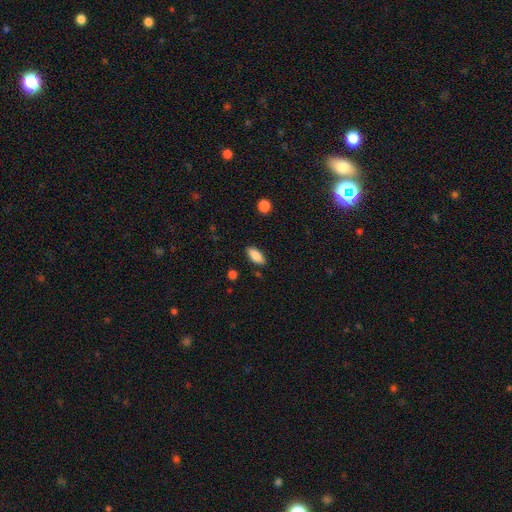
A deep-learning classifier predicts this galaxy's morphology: The model was most divided on "how rounded": in between: 85%, cigar-shaped: 12%, round: 2%. More confident: smooth or featured — smooth (87%); merging — none (86%).